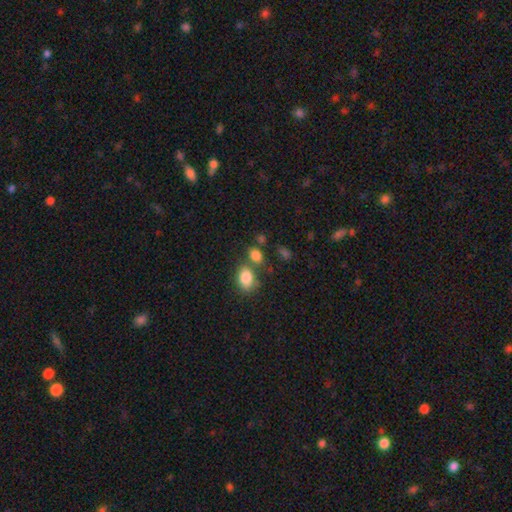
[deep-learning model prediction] This appears to be a smooth galaxy with no disk features (83%) that is in between round and cigar-shaped (71%). Merging: none (54%).